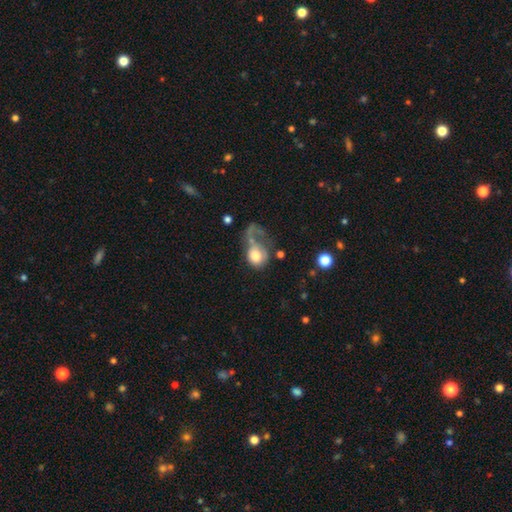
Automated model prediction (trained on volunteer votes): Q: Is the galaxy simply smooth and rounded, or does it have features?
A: smooth — 64%.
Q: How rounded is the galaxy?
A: round — 60%.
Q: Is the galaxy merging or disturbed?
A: major disturbance — 55%.